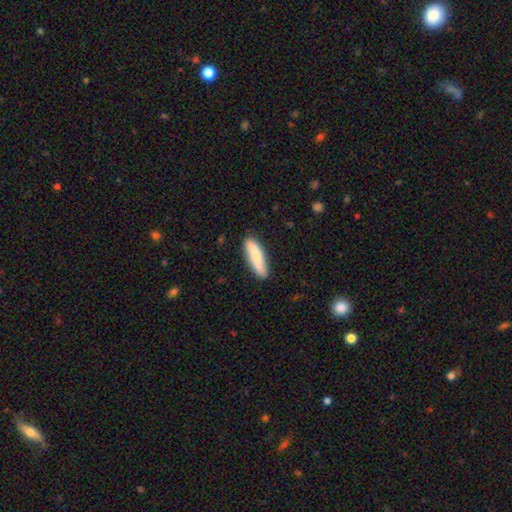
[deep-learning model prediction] The model was most divided on "how rounded": cigar-shaped: 70%, in between: 28%, round: 2%. More confident: merging — none (83%); smooth or featured — smooth (71%).